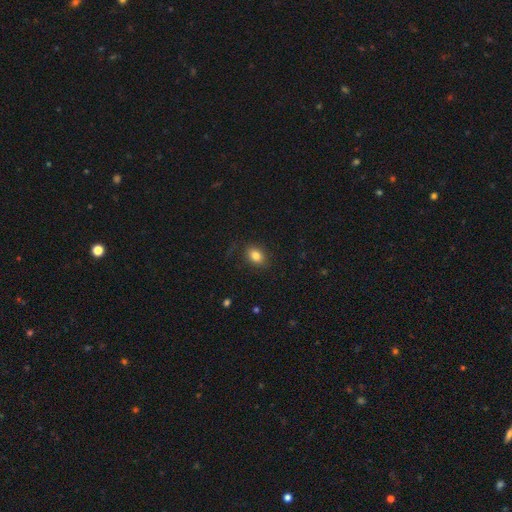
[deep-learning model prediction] Smooth or featured?
  - smooth: 83% *
  - star or artifact: 10%
  - featured or disk: 8%
How rounded?
  - in between: 70% *
  - round: 29%
  - cigar-shaped: 1%
Merging?
  - none: 85% *
  - minor disturbance: 11%
  - major disturbance: 4%
  - merger: 1%